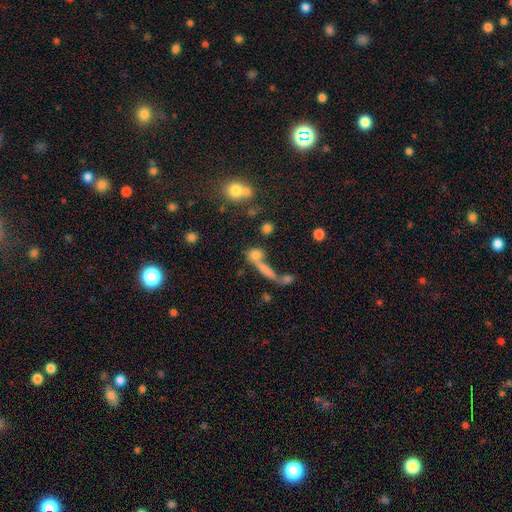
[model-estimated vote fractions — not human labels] smooth 67%, featured or disk 18%, star or artifact 15%. Down the decision tree: how rounded — round (38%); merging — none (42%).